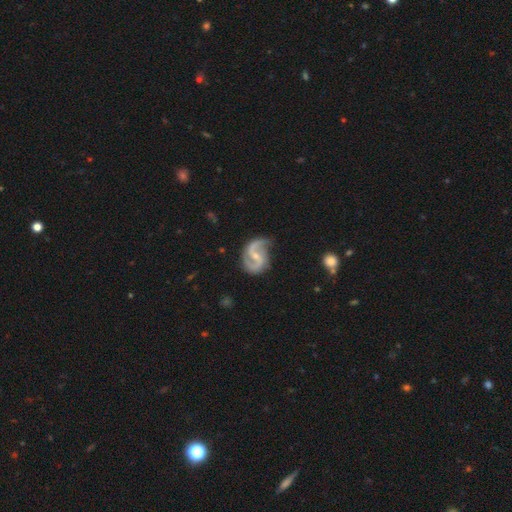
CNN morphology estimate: Smooth or featured? Predicted: featured or disk (p=0.91). Edge-on disk? Predicted: no (p=0.98). Bar? Predicted: weak (p=0.49). Spiral arms? Predicted: yes (p=0.98). Spiral winding? Predicted: medium (p=0.50). Spiral arm count? Predicted: 2 (p=0.92). Bulge size? Predicted: small (p=0.61). Merging? Predicted: none (p=0.66).